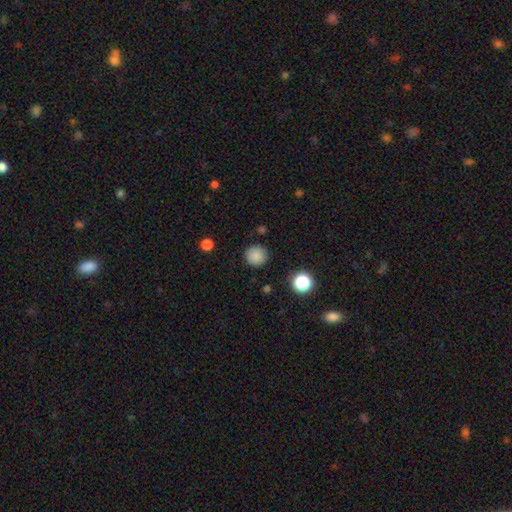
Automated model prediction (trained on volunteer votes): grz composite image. It shows a smooth galaxy with no disk features (85%) that is round (93%). Merging: none (88%).